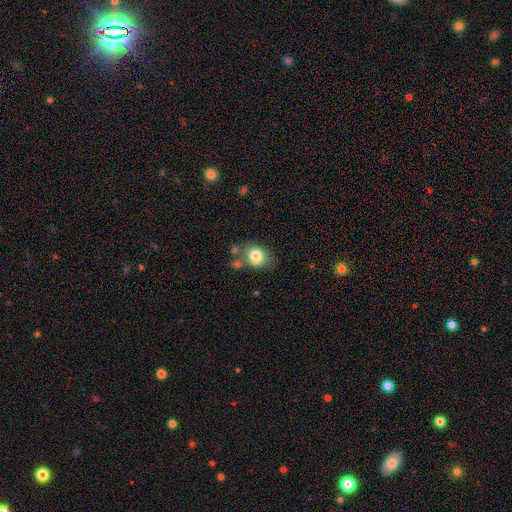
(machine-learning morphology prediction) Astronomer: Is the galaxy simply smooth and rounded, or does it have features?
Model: smooth — 78%.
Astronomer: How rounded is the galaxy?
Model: round — 52% (runner-up: in between, 47%).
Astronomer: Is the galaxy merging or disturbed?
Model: none — 52%.